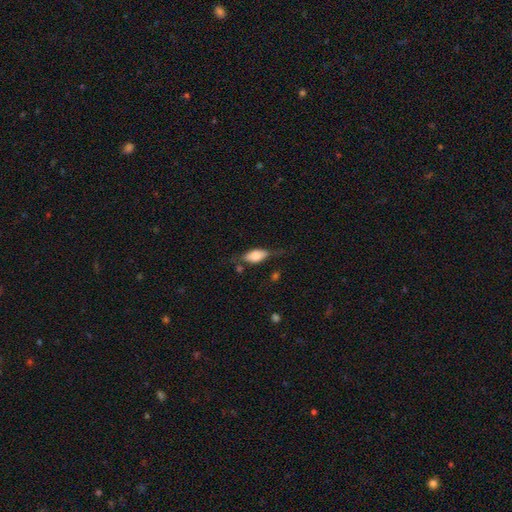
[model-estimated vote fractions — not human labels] The model was most divided on "merging": none: 59%, minor disturbance: 25%, major disturbance: 12%, merger: 4%. More confident: how rounded — in between (85%); smooth or featured — smooth (67%).